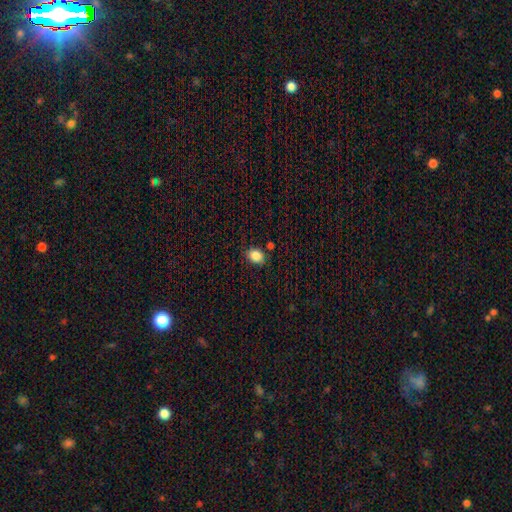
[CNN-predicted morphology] smooth_or_featured: smooth (p=0.86) [alt: star or artifact p=0.09]
how_rounded: in between (p=0.63) [alt: round p=0.36]
merging: none (p=0.80) [alt: minor disturbance p=0.13]